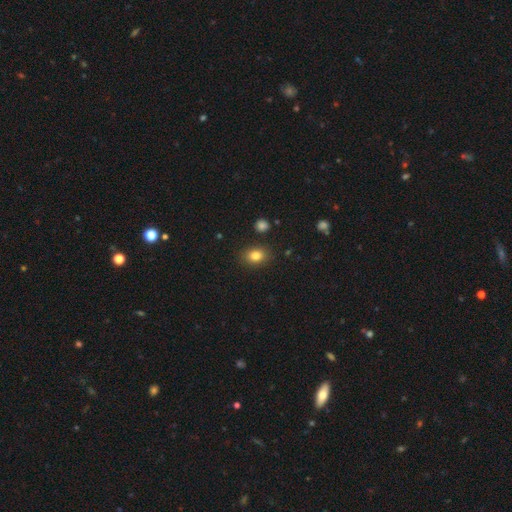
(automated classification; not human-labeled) A smooth galaxy with no disk features (82%) that is in between round and cigar-shaped (64%). Merging: none (86%).